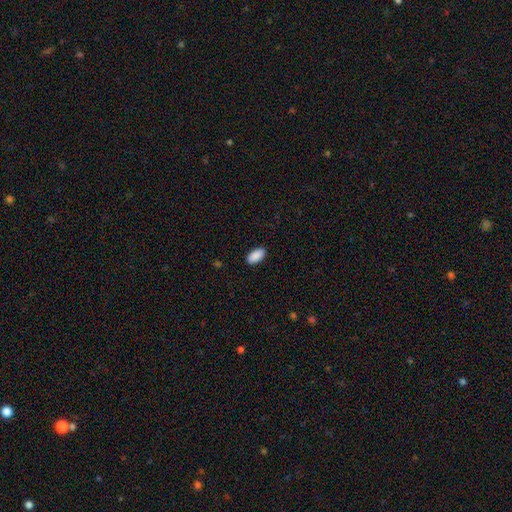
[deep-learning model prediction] Q: Smooth or featured?
A: smooth (91%); runner-up: star or artifact (7%)
Q: How rounded?
A: in between (94%); runner-up: cigar-shaped (4%)
Q: Merging?
A: none (90%); runner-up: minor disturbance (7%)